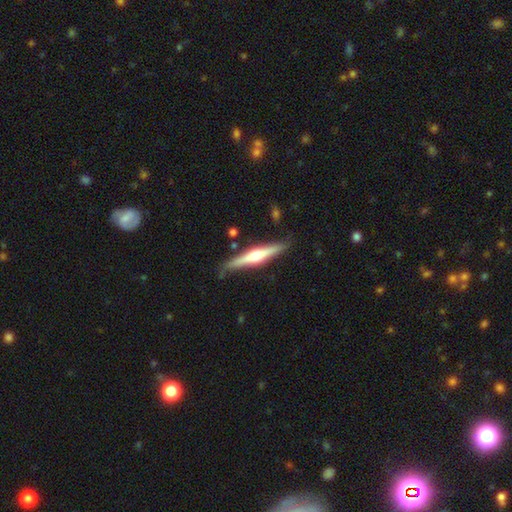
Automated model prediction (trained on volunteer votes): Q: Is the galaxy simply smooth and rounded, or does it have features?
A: featured or disk — 68%.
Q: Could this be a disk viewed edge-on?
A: yes — 96%.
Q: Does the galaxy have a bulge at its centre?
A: rounded — 90%.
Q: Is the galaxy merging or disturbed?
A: none — 81%.